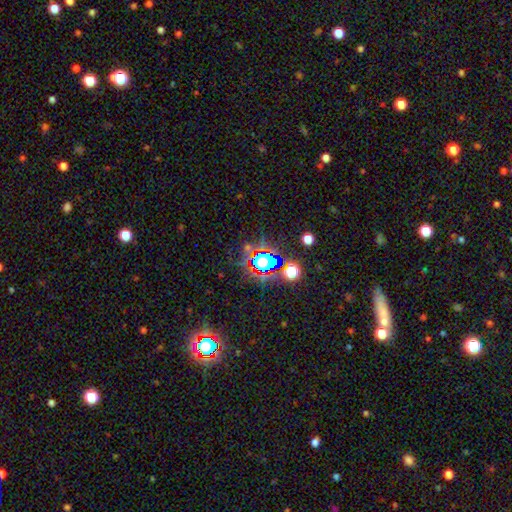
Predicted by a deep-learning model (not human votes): Q: Smooth or featured?
A: star or artifact (75%); runner-up: smooth (16%)